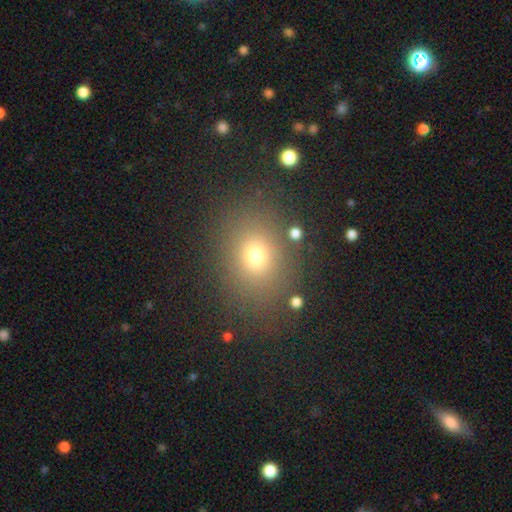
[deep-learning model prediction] Q: Smooth or featured?
A: smooth (70%); runner-up: star or artifact (20%)
Q: How rounded?
A: round (55%); runner-up: in between (44%)
Q: Merging?
A: none (83%); runner-up: minor disturbance (10%)